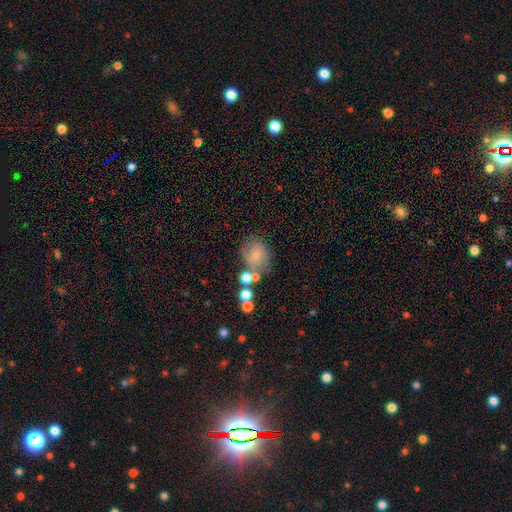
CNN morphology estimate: Smooth or featured? smooth (56%)
How rounded? round (64%)
Merging? none (51%)